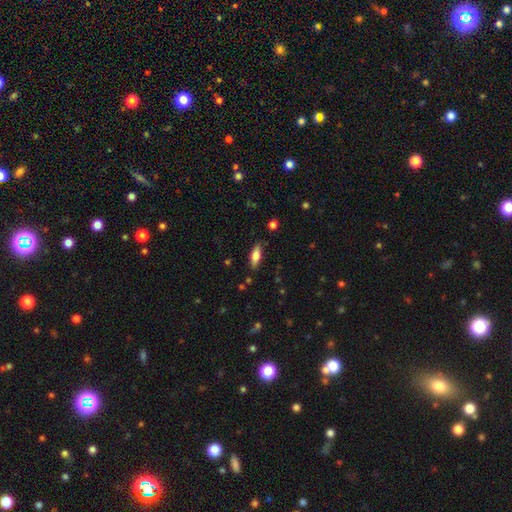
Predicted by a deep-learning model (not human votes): Smooth or featured?
  - smooth: 73% *
  - featured or disk: 20%
  - star or artifact: 7%
How rounded?
  - in between: 68% *
  - cigar-shaped: 30%
  - round: 2%
Merging?
  - none: 83% *
  - minor disturbance: 13%
  - major disturbance: 3%
  - merger: 2%